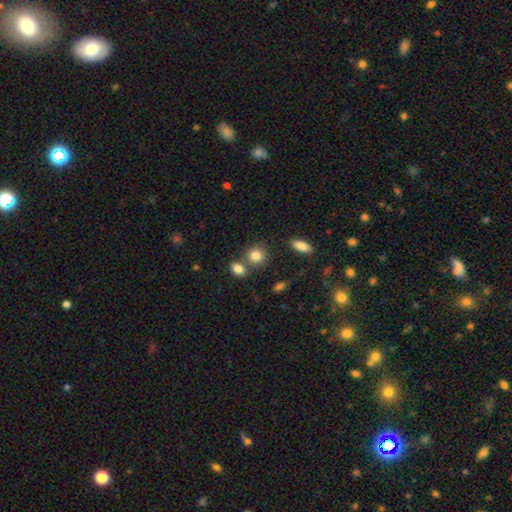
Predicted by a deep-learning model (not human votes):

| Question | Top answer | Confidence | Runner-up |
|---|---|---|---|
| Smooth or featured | smooth | 84% | star or artifact (10%) |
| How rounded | round | 71% | in between (28%) |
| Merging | none | 61% | merger (24%) |